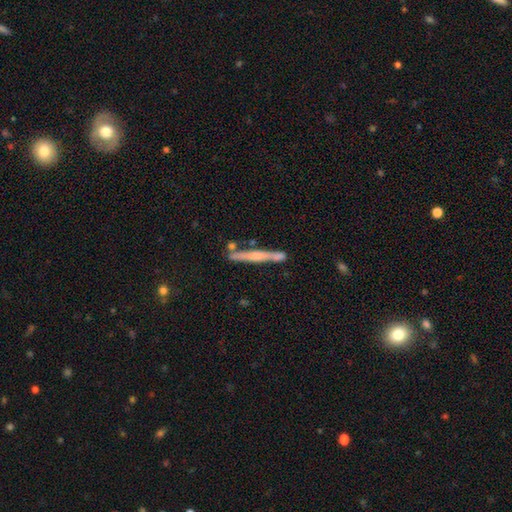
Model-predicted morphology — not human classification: Smooth or featured? featured or disk (56%)
Edge-on disk? yes (96%)
Edge-on bulge? none (43%)
Merging? none (78%)